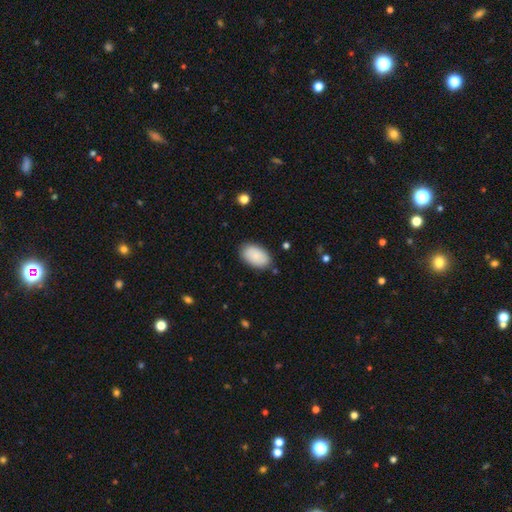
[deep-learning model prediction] Morphology: type=smooth (87%); roundness=in between (94%); merging=none (84%).